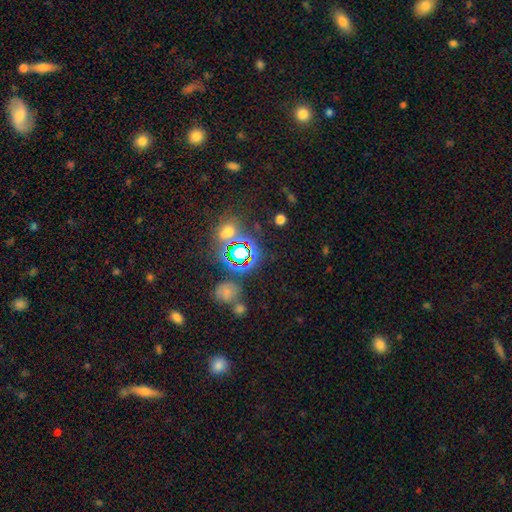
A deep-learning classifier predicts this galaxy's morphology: Smooth or featured?
  - star or artifact: 73% *
  - smooth: 19%
  - featured or disk: 9%